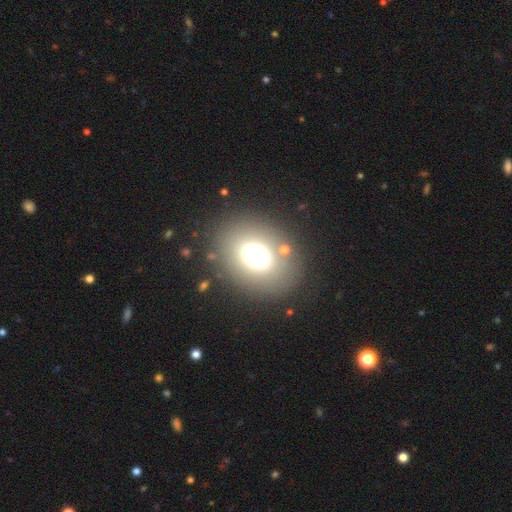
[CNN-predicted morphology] Smooth or featured: smooth — 64% (star or artifact — 20%)
How rounded: round — 54% (in between — 45%)
Merging: none — 79% (minor disturbance — 10%)